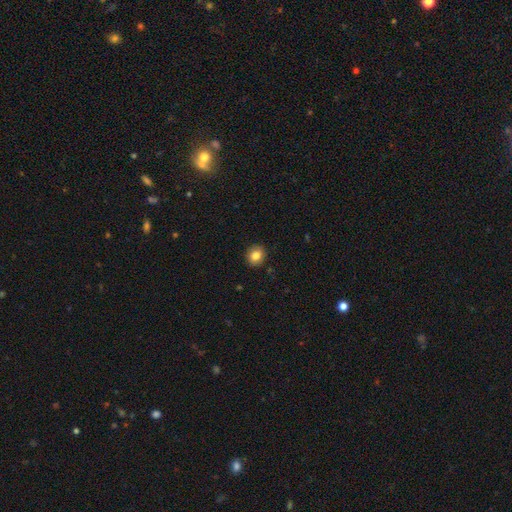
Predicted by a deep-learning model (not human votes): This appears to be a smooth galaxy with no disk features (83%) that is round (73%). Merging: none (90%).